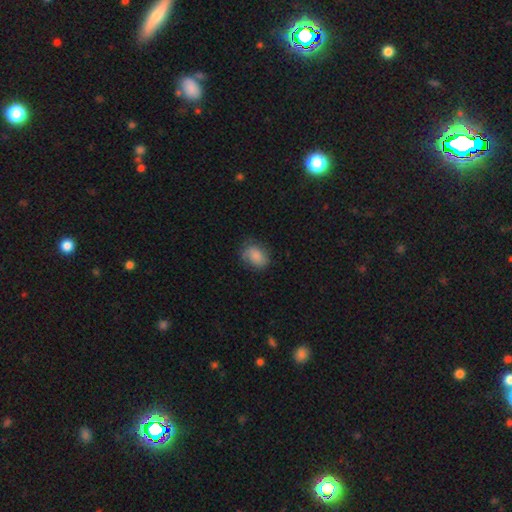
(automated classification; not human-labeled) Smooth or featured?
  - smooth: 68% *
  - featured or disk: 23%
  - star or artifact: 9%
How rounded?
  - in between: 64% *
  - round: 34%
  - cigar-shaped: 1%
Merging?
  - none: 62% *
  - minor disturbance: 25%
  - major disturbance: 11%
  - merger: 1%